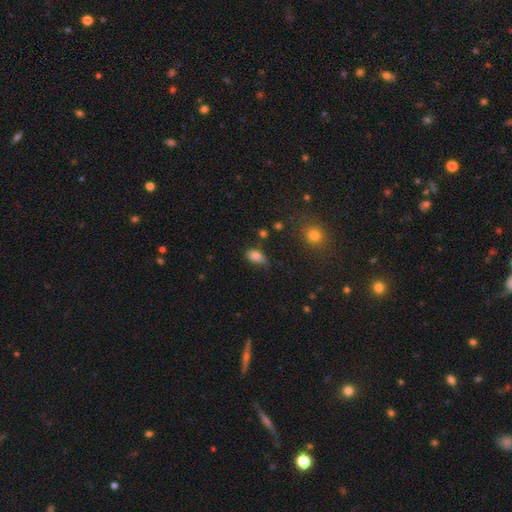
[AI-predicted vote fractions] smooth-or-featured: smooth: 81% | star or artifact: 10% | featured or disk: 9%
  how-rounded: in between: 89% | round: 7% | cigar-shaped: 4%
  merging: none: 58% | minor disturbance: 32% | major disturbance: 7% | merger: 4%